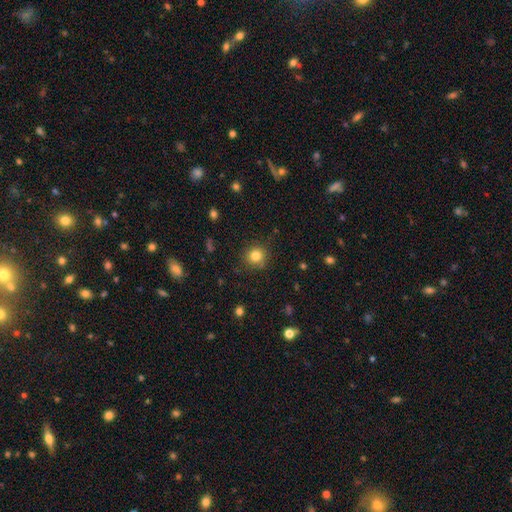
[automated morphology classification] This appears to be a smooth galaxy with no disk features (81%) that is round (92%). Merging: none (86%).